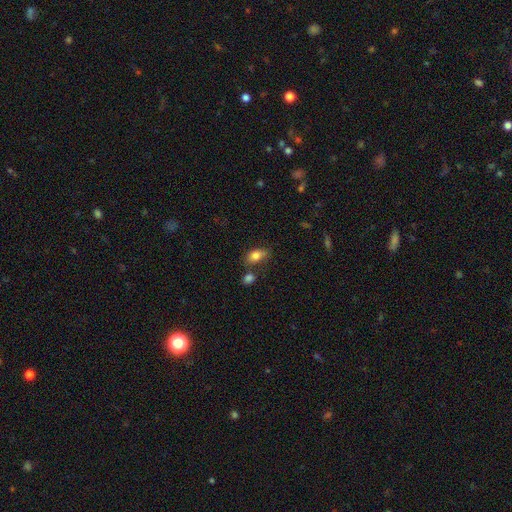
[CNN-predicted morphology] Smooth or featured: smooth — 80% (featured or disk — 11%)
How rounded: in between — 85% (round — 11%)
Merging: none — 55% (minor disturbance — 23%)